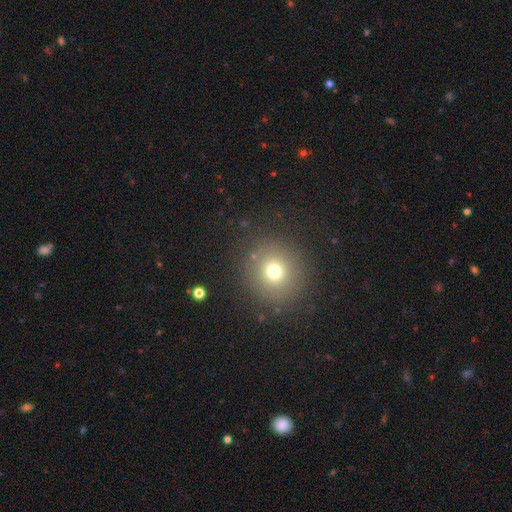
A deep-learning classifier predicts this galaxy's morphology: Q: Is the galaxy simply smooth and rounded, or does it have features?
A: smooth — 64%.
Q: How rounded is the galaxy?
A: round — 92%.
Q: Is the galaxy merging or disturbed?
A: none — 89%.